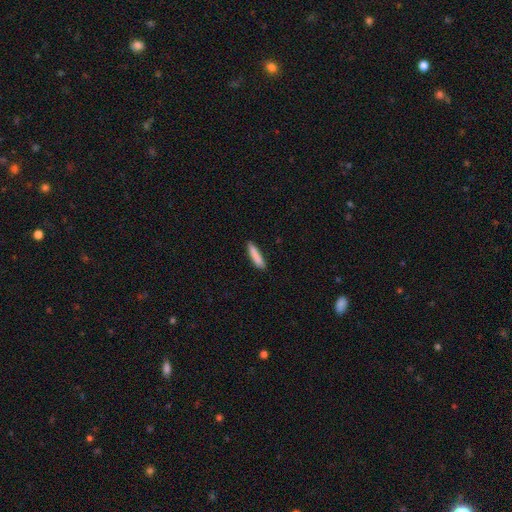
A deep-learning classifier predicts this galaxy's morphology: Smooth or featured: smooth — 87% (featured or disk — 7%)
How rounded: cigar-shaped — 84% (in between — 14%)
Merging: none — 87% (minor disturbance — 10%)